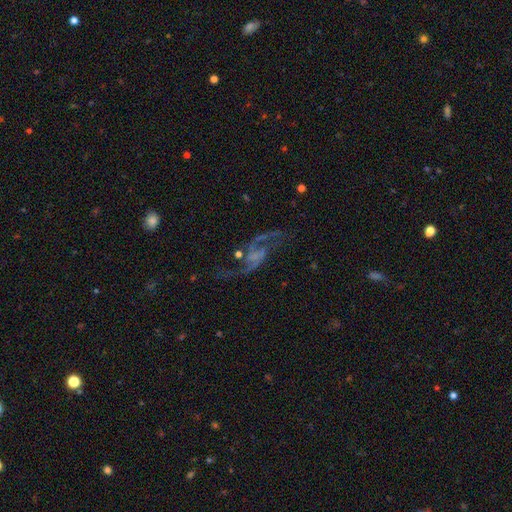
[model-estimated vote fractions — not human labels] The model was most divided on "bar": no: 46%, weak: 38%, strong: 16%. More confident: edge-on disk — no (97%); spiral arms — yes (93%); spiral arm count — 2 (91%); smooth or featured — featured or disk (84%); spiral winding — loose (77%); bulge size — none (59%); merging — none (56%).